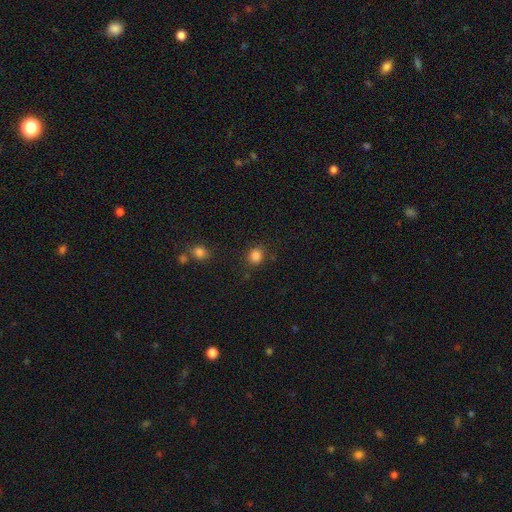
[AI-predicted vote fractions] Smooth or featured?
  - smooth: 84% *
  - star or artifact: 12%
  - featured or disk: 4%
How rounded?
  - round: 77% *
  - in between: 22%
  - cigar-shaped: 1%
Merging?
  - none: 85% *
  - minor disturbance: 9%
  - major disturbance: 3%
  - merger: 3%